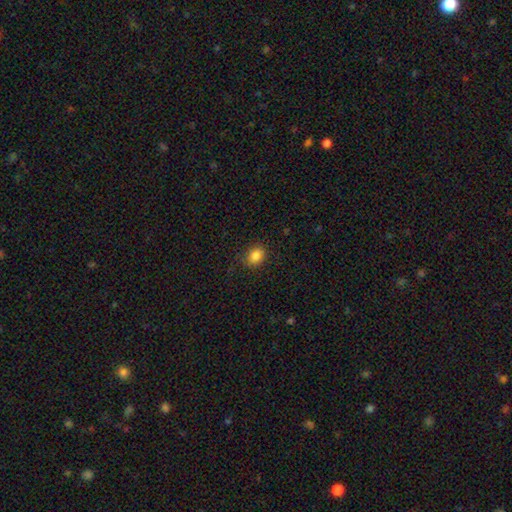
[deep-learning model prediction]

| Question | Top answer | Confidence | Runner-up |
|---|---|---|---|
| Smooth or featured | smooth | 86% | star or artifact (10%) |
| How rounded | in between | 52% | round (47%) |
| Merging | none | 83% | minor disturbance (12%) |